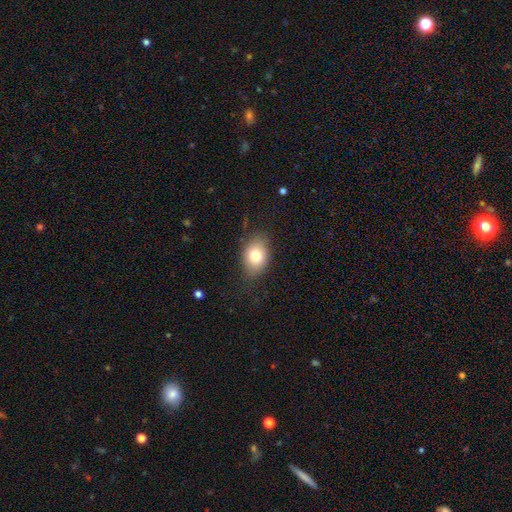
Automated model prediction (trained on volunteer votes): This is likely a smooth galaxy (77%). How rounded: likely in between (75%). Merging: likely none (77%).